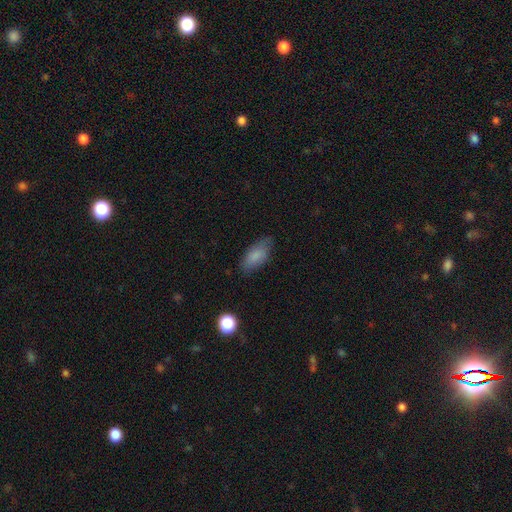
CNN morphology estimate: Smooth or featured: smooth — 82% (featured or disk — 10%)
How rounded: in between — 85% (cigar-shaped — 12%)
Merging: none — 74% (minor disturbance — 20%)